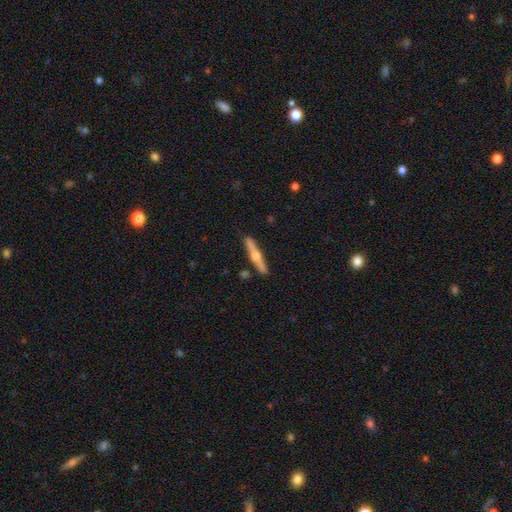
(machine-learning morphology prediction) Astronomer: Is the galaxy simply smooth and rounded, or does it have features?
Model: featured or disk — 67%.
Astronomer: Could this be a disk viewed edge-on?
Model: yes — 97%.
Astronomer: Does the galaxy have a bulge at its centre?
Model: rounded — 90%.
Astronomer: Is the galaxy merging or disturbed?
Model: none — 88%.